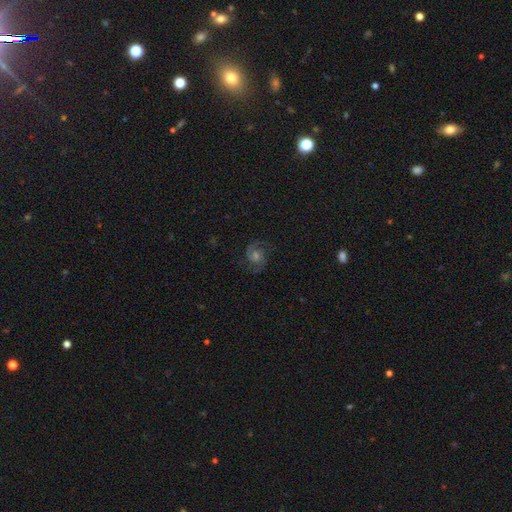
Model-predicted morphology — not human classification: This appears to be a featured or disk galaxy (79%) with no bar (63%), 2 (85%) medium (52%) spiral arms (97%) and a moderate central bulge (54%). Merging: none (81%).